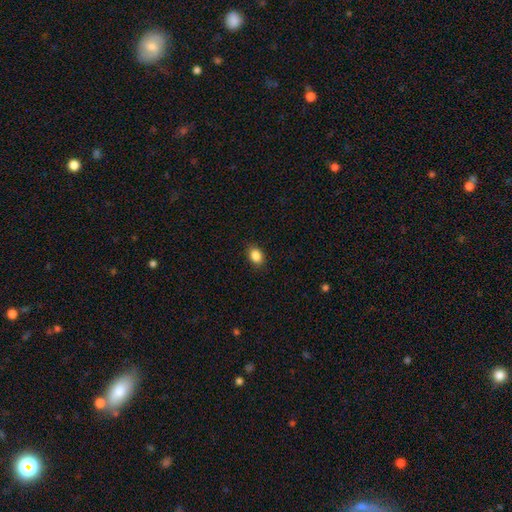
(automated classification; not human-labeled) Smooth or featured?
  - smooth: 87% *
  - star or artifact: 9%
  - featured or disk: 4%
How rounded?
  - in between: 70% *
  - round: 28%
  - cigar-shaped: 1%
Merging?
  - none: 88% *
  - minor disturbance: 9%
  - major disturbance: 2%
  - merger: 1%